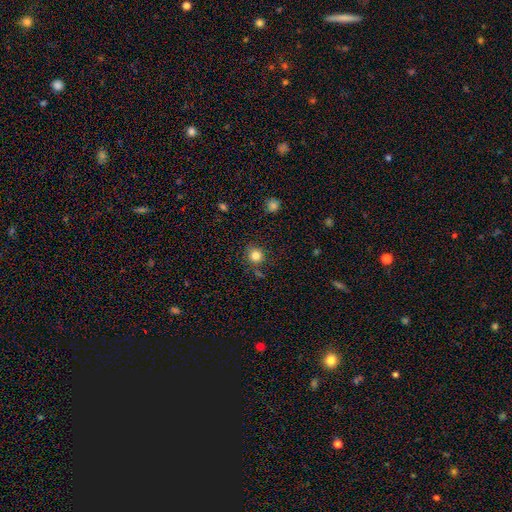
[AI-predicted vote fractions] Overall: smooth (82%). How rounded: round (90%). Merging: none (81%).